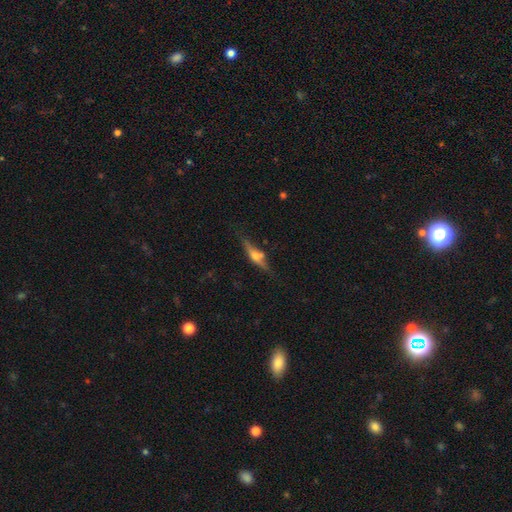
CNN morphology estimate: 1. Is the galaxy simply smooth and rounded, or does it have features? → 68% featured or disk, 24% smooth, 8% star or artifact.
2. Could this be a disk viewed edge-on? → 95% yes, 5% no.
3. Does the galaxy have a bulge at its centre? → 90% rounded, 6% boxy, 3% none.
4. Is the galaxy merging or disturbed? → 77% none, 14% minor disturbance, 5% merger, 4% major disturbance.